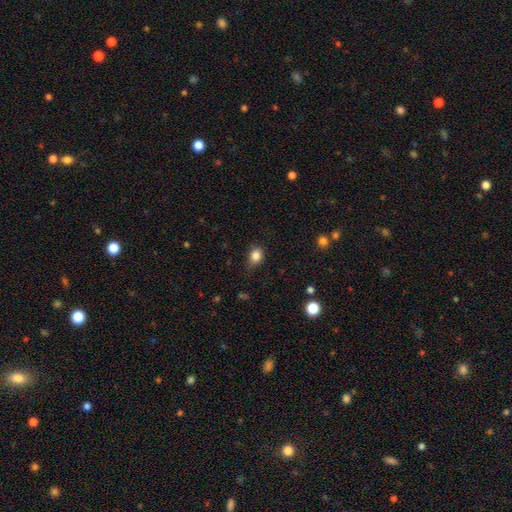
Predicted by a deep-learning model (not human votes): Smooth or featured? Predicted: smooth (p=0.84). How rounded? Predicted: round (p=0.52). Merging? Predicted: none (p=0.67).